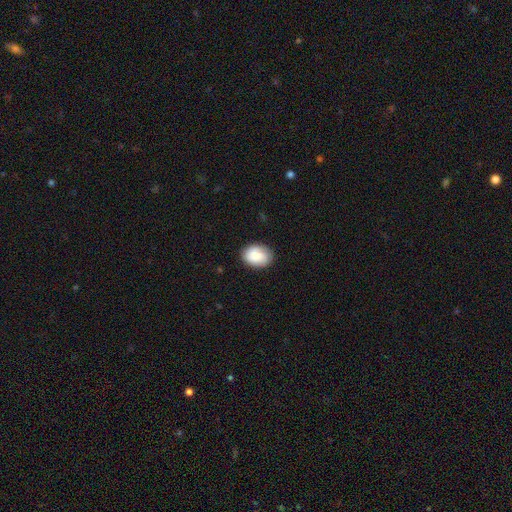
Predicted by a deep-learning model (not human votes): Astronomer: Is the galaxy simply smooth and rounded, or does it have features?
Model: smooth — 88%.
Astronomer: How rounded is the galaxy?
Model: in between — 78%.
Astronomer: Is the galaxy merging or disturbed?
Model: none — 84%.